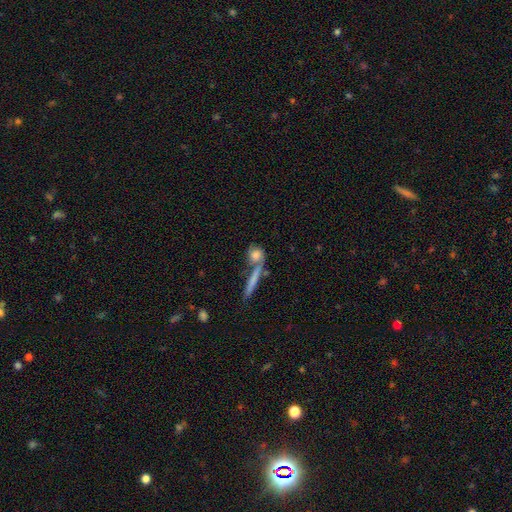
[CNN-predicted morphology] Q: Smooth or featured?
A: smooth (68%); runner-up: featured or disk (23%)
Q: How rounded?
A: round (53%); runner-up: cigar-shaped (27%)
Q: Merging?
A: none (56%); runner-up: merger (26%)